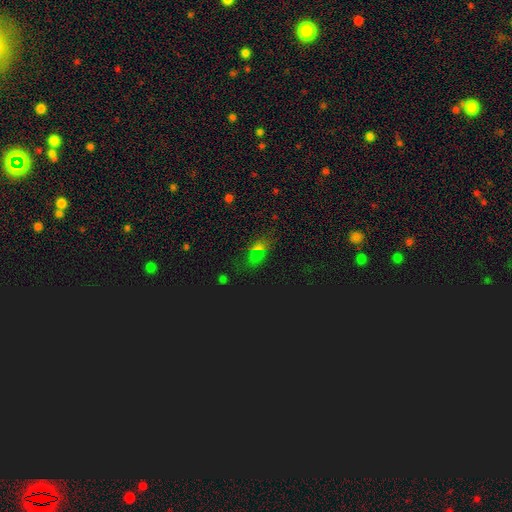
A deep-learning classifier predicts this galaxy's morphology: Smooth or featured? smooth (46%)
Merging? none (69%)